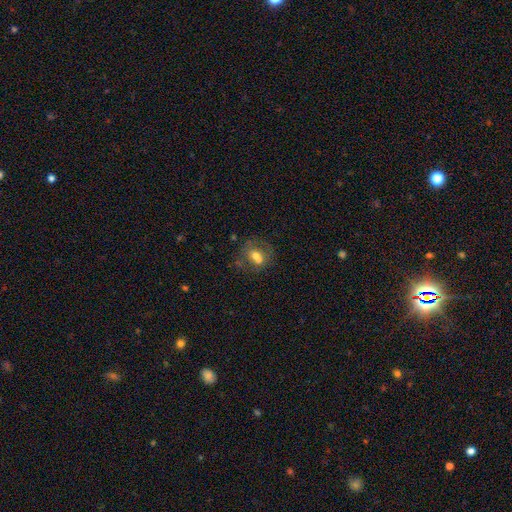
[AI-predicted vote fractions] This appears to be a smooth galaxy with no disk features (55%) that is in between round and cigar-shaped (50%). Merging: none (43%).